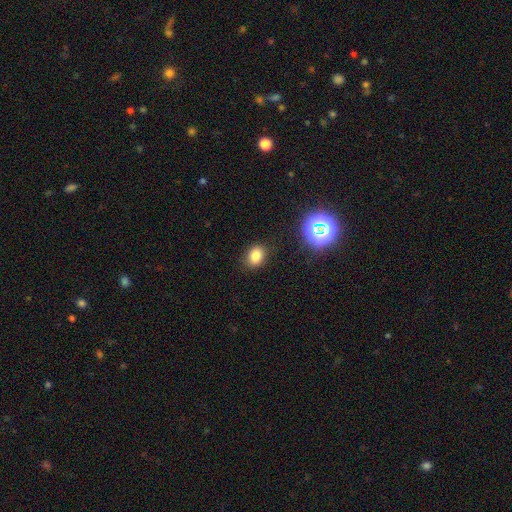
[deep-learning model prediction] Overall: smooth (79%). How rounded: in between (61%; round 37%). Merging: none (86%).